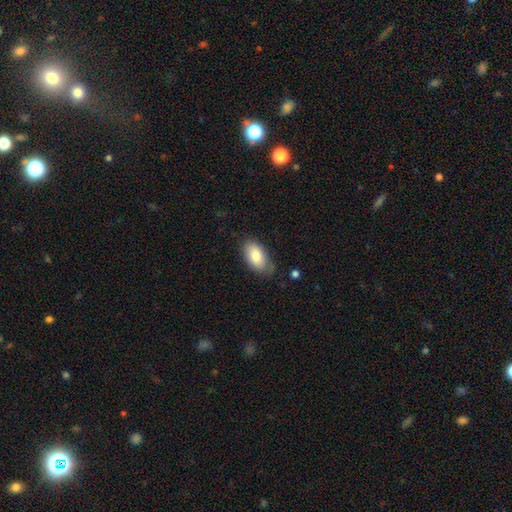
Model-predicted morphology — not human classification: type=smooth (81%); roundness=in between (94%); merging=none (69%).